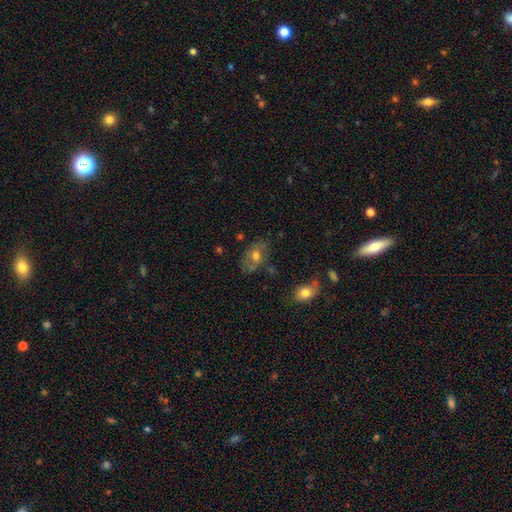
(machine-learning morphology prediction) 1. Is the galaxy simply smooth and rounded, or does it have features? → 54% smooth, 36% featured or disk, 11% star or artifact.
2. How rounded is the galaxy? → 81% in between, 16% round, 2% cigar-shaped.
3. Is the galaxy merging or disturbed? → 64% none, 22% minor disturbance, 8% major disturbance, 5% merger.